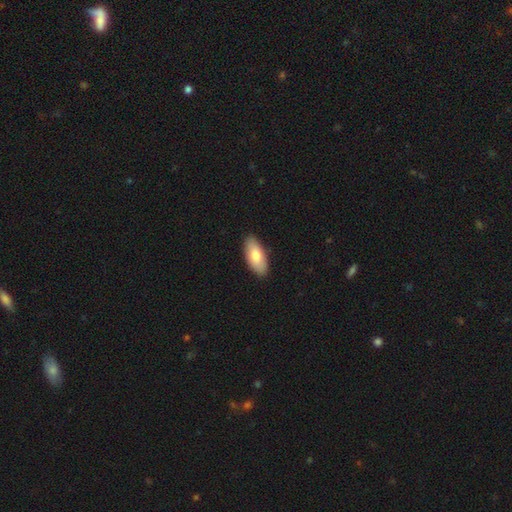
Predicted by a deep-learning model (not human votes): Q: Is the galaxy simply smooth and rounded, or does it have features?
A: smooth — 77%.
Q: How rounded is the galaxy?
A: in between — 88%.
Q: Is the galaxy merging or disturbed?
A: none — 89%.